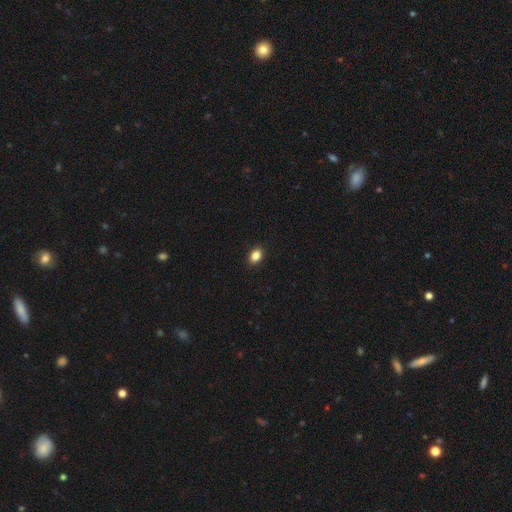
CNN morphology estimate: smooth-or-featured: smooth: 86% | star or artifact: 10% | featured or disk: 4%
  how-rounded: in between: 77% | round: 22% | cigar-shaped: 1%
  merging: none: 91% | minor disturbance: 7% | major disturbance: 2% | merger: 1%